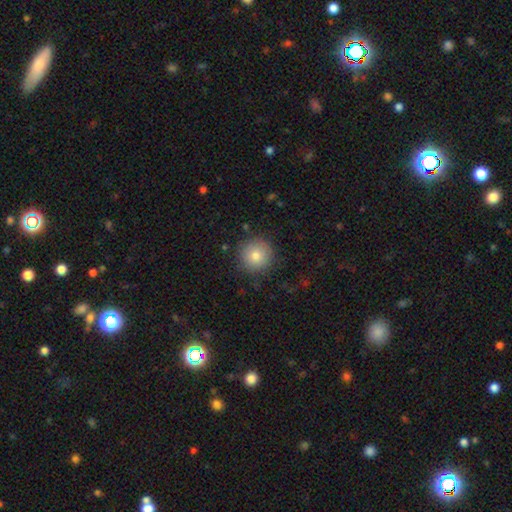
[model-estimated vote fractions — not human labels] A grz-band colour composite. It shows a smooth galaxy with no disk features (79%) that is round (95%). Merging: none (88%).